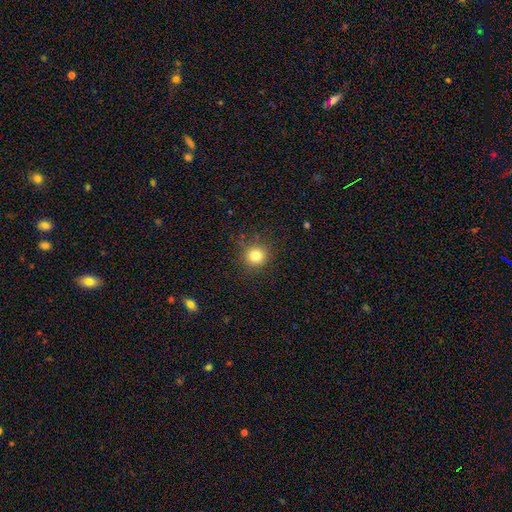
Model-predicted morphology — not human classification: The model was most divided on "smooth or featured": smooth: 80%, star or artifact: 13%, featured or disk: 7%. More confident: how rounded — round (92%); merging — none (88%).